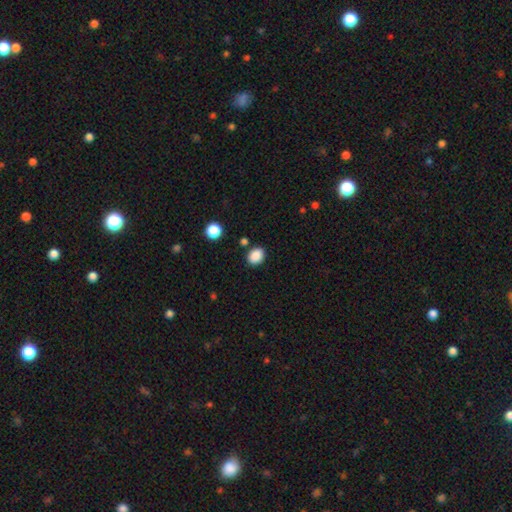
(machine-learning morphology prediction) Smooth or featured? Predicted: smooth (p=0.87). How rounded? Predicted: in between (p=0.54). Merging? Predicted: none (p=0.85).